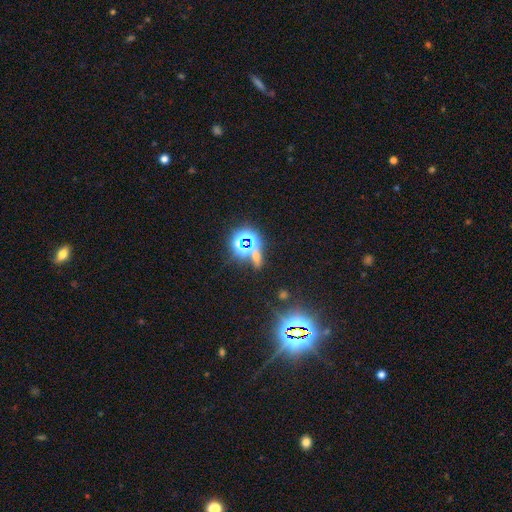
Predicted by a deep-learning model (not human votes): Overall: star or artifact (62%; smooth 27%).